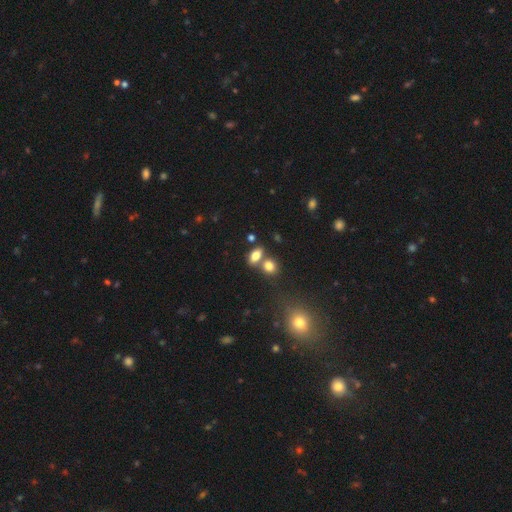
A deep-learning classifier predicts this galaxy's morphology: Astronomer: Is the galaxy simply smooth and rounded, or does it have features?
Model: smooth — 77%.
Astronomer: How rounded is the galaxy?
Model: in between — 81%.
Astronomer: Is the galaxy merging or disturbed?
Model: none — 55% (runner-up: merger, 31%).